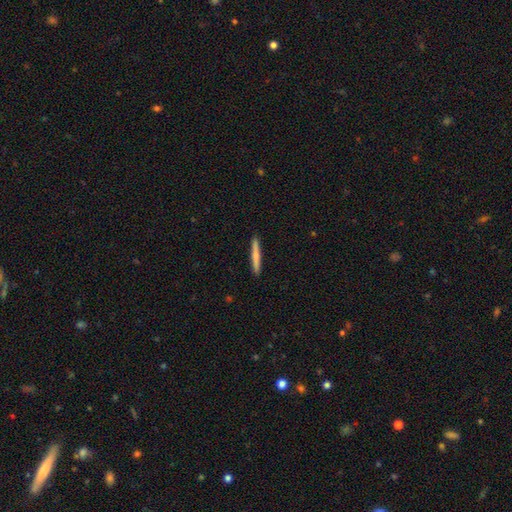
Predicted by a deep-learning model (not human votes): Smooth or featured: smooth — 68% (featured or disk — 27%)
How rounded: cigar-shaped — 96% (in between — 3%)
Merging: none — 92% (minor disturbance — 6%)